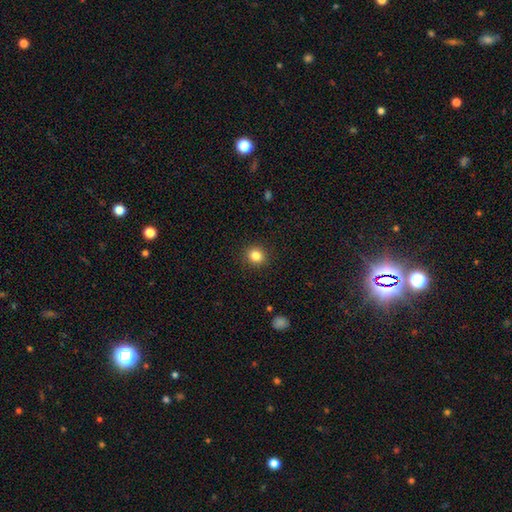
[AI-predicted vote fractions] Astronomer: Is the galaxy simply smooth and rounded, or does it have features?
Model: smooth — 84%.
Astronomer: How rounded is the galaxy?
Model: round — 85%.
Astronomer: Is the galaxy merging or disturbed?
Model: none — 91%.